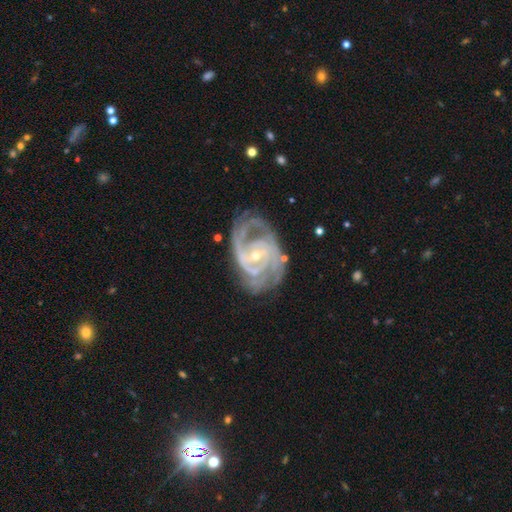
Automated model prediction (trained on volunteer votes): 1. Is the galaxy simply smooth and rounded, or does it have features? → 91% featured or disk, 5% star or artifact, 4% smooth.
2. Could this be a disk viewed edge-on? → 97% no, 3% yes.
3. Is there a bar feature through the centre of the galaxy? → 50% no, 35% weak, 15% strong.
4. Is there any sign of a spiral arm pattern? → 97% yes, 3% no.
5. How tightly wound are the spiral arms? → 49% tight, 42% medium, 9% loose.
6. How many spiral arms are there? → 42% 2, 24% 3, 15% can't tell, 8% 4, 6% 1, 5% more than 4.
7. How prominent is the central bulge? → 70% small, 26% moderate, 1% large, 1% none, 1% dominant.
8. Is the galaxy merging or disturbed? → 62% none, 21% minor disturbance, 15% major disturbance, 2% merger.